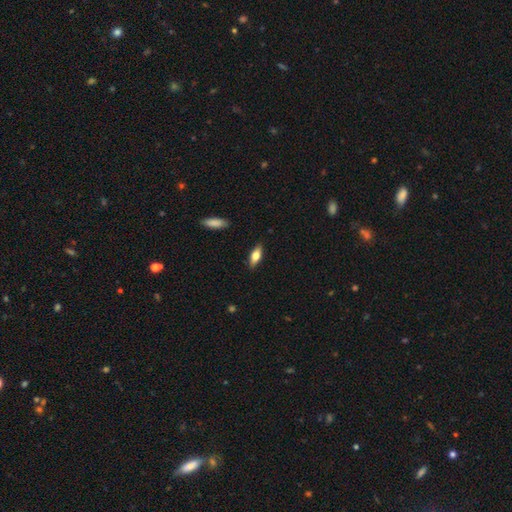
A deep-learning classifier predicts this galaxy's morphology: Smooth or featured? Predicted: smooth (p=0.66). How rounded? Predicted: in between (p=0.70). Merging? Predicted: none (p=0.87).